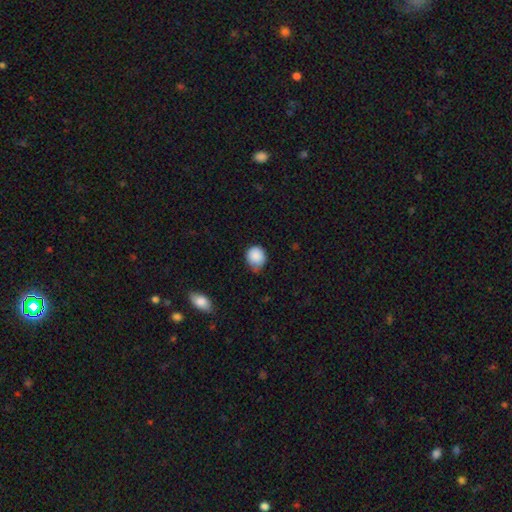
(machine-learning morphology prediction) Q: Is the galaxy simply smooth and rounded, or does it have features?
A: smooth — 87%.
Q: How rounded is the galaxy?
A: round — 79%.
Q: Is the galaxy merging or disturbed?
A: none — 54%.